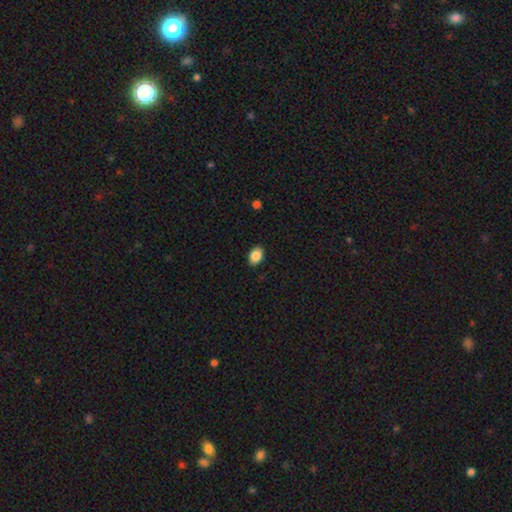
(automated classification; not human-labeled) smooth_or_featured: smooth (p=0.88) [alt: star or artifact p=0.08]
how_rounded: in between (p=0.78) [alt: round p=0.21]
merging: none (p=0.88) [alt: minor disturbance p=0.09]